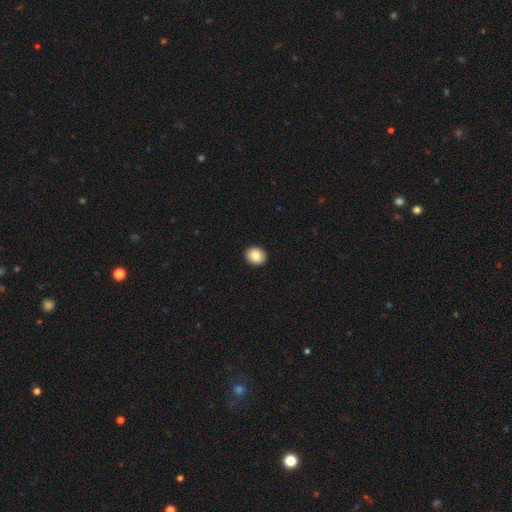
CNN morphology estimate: smooth_or_featured: smooth (p=0.87) [alt: star or artifact p=0.08]
how_rounded: round (p=0.66) [alt: in between p=0.33]
merging: none (p=0.93) [alt: minor disturbance p=0.05]